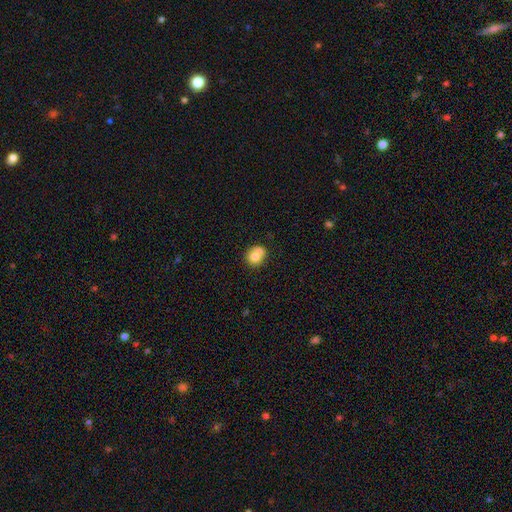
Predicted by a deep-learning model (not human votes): Q: Smooth or featured?
A: smooth (74%); runner-up: featured or disk (17%)
Q: How rounded?
A: round (77%); runner-up: in between (22%)
Q: Merging?
A: merger (42%); runner-up: none (41%)